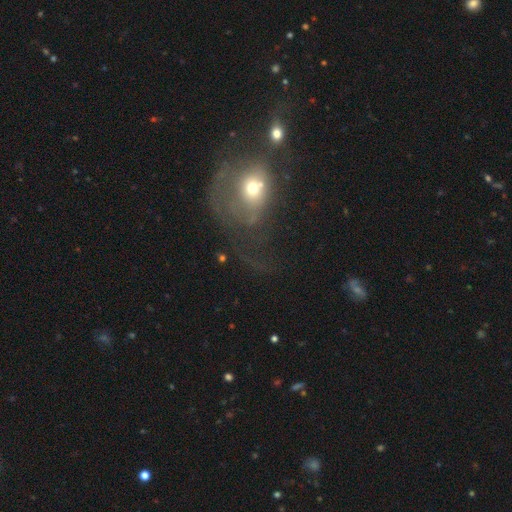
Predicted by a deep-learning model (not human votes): Overall: smooth (44%; featured or disk 34%). Merging: major disturbance (39%; none 28%).